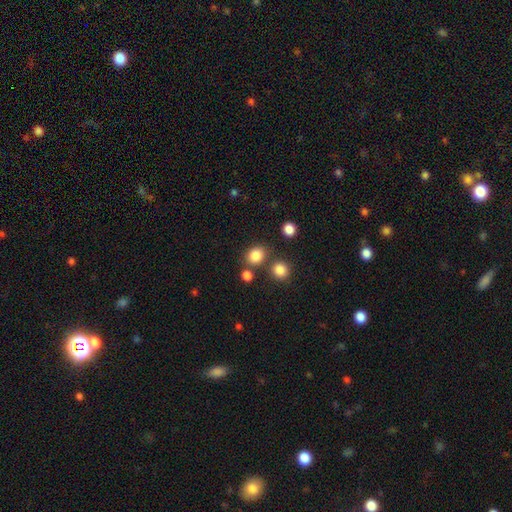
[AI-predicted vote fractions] A smooth galaxy with no disk features (83%) that is round (59%). Merging: none (73%).